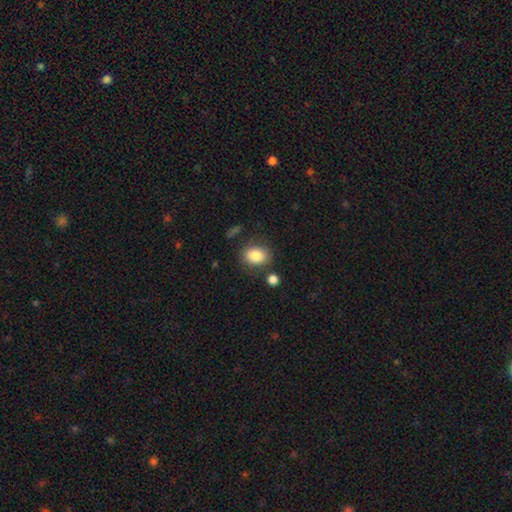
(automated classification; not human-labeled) This is clearly a smooth galaxy (85%). How rounded: likely in between (66%). Merging: likely none (76%).